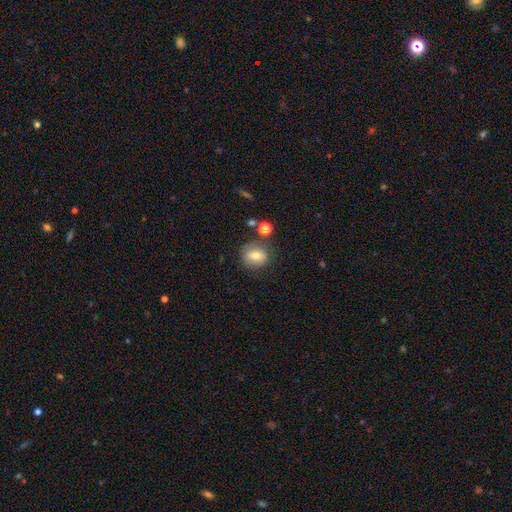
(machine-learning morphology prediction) Smooth or featured?
  - smooth: 71% *
  - featured or disk: 18%
  - star or artifact: 11%
How rounded?
  - round: 70% *
  - in between: 28%
  - cigar-shaped: 1%
Merging?
  - none: 76% *
  - minor disturbance: 13%
  - merger: 7%
  - major disturbance: 4%